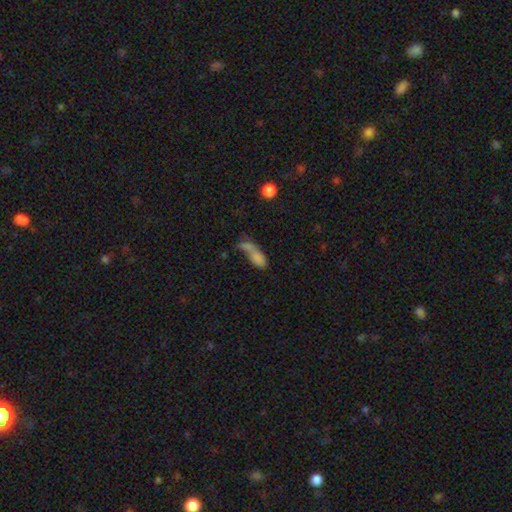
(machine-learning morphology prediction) type=smooth (71%); roundness=in between (74%); merging=merger (41%).